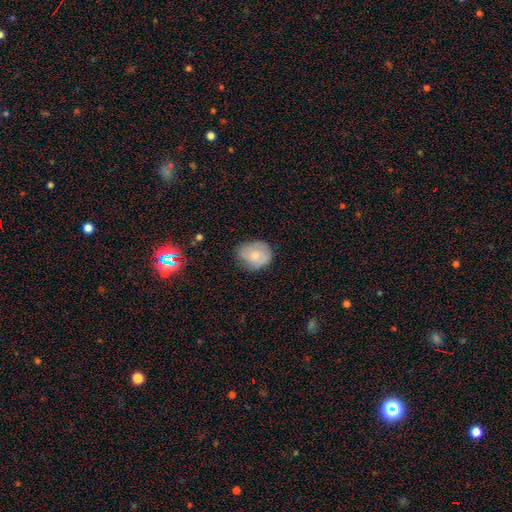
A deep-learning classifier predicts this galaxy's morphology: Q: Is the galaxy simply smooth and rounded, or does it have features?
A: smooth — 68%.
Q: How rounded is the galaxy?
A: round — 52%.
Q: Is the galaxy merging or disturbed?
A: none — 69%.